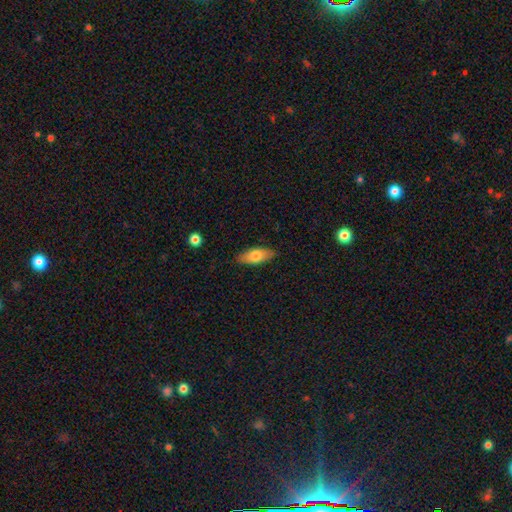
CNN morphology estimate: Q: Smooth or featured?
A: smooth (70%); runner-up: featured or disk (24%)
Q: How rounded?
A: in between (81%); runner-up: cigar-shaped (17%)
Q: Merging?
A: none (85%); runner-up: minor disturbance (12%)